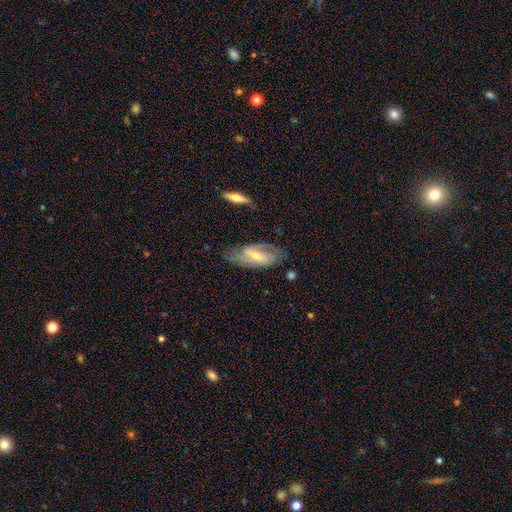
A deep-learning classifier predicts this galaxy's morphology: Smooth or featured? Predicted: featured or disk (p=0.69). Edge-on disk? Predicted: no (p=0.90). Bar? Predicted: strong (p=0.42). Spiral arms? Predicted: yes (p=0.82). Spiral winding? Predicted: medium (p=0.45). Spiral arm count? Predicted: 2 (p=0.72). Bulge size? Predicted: small (p=0.56). Merging? Predicted: none (p=0.65).